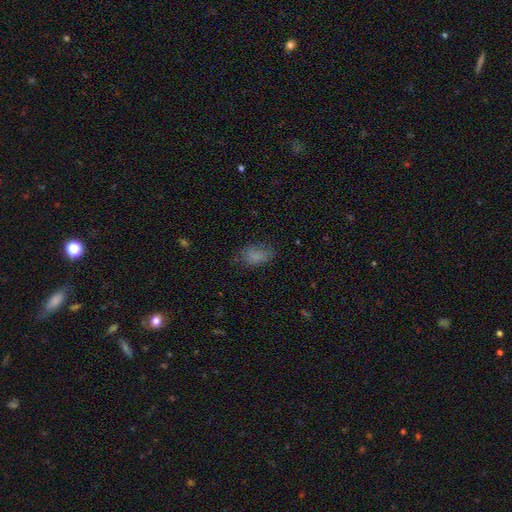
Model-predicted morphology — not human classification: A smooth galaxy with no disk features (80%) that is in between round and cigar-shaped (87%).

Vote fractions:
- Smooth or featured? smooth: 80% / star or artifact: 12% / featured or disk: 8%
- How rounded? in between: 87% / round: 11% / cigar-shaped: 2%
- Merging? none: 67% / minor disturbance: 22% / major disturbance: 9% / merger: 1%